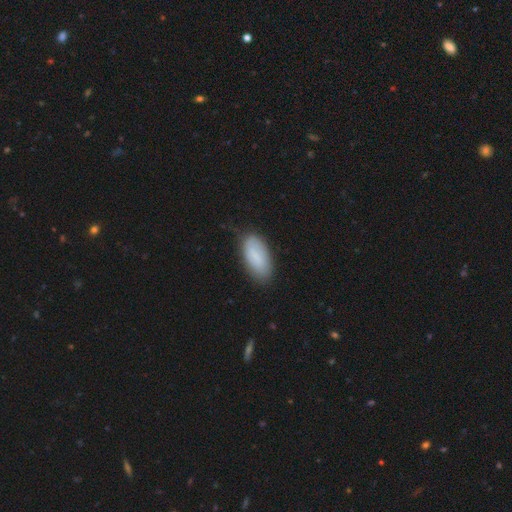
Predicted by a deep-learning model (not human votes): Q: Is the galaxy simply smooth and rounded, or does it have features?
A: smooth — 80%.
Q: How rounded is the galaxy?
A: in between — 90%.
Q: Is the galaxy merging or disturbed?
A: none — 74%.